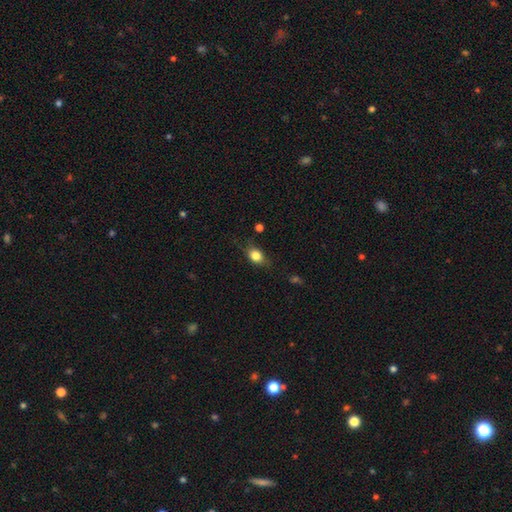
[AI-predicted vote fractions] This appears to be a smooth galaxy with no disk features (81%) that is in between round and cigar-shaped (65%). Merging: none (67%).